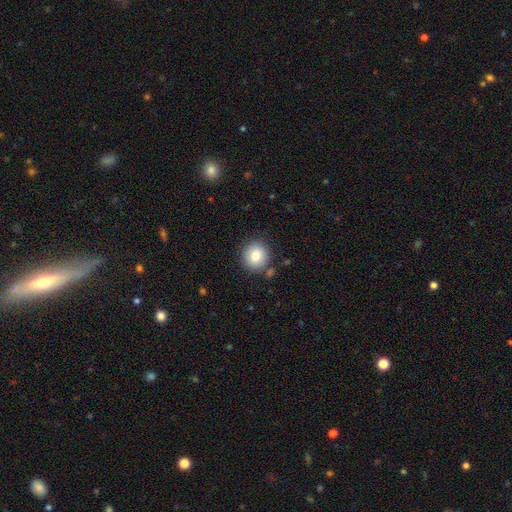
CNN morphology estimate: Smooth or featured? Predicted: smooth (p=0.80). How rounded? Predicted: round (p=0.89). Merging? Predicted: none (p=0.85).